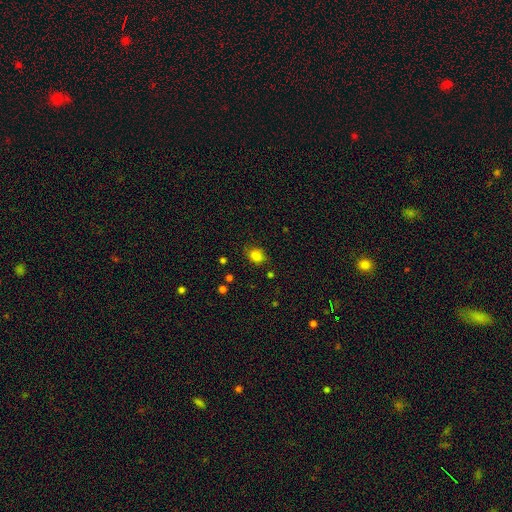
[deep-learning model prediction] This appears to be a smooth galaxy with no disk features (81%) that is in between round and cigar-shaped (62%). Merging: none (72%).